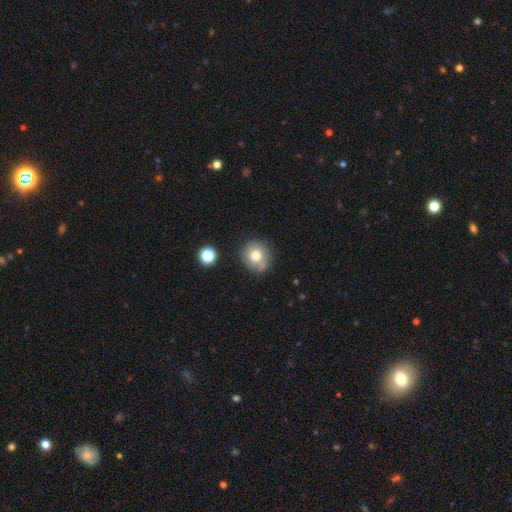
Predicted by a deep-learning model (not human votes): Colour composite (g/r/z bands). It shows a smooth galaxy with no disk features (70%) that is round (87%). Merging: none (74%).